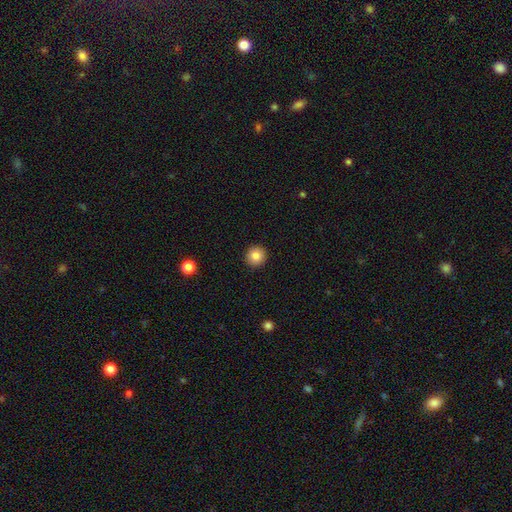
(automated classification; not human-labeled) smooth_or_featured: smooth (p=0.85) [alt: star or artifact p=0.09]
how_rounded: round (p=0.94) [alt: in between p=0.05]
merging: none (p=0.93) [alt: minor disturbance p=0.05]